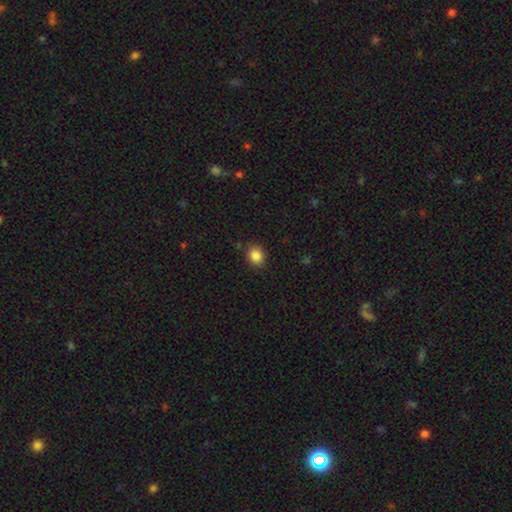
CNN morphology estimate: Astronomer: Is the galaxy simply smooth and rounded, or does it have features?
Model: smooth — 85%.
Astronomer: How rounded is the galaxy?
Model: round — 58% (runner-up: in between, 41%).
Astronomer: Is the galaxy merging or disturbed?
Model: none — 87%.